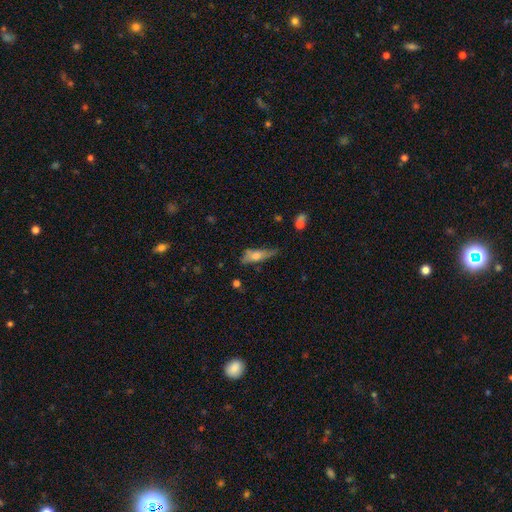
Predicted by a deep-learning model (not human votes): Q: Smooth or featured?
A: smooth (58%); runner-up: featured or disk (34%)
Q: How rounded?
A: cigar-shaped (54%); runner-up: in between (43%)
Q: Merging?
A: none (38%); runner-up: minor disturbance (36%)